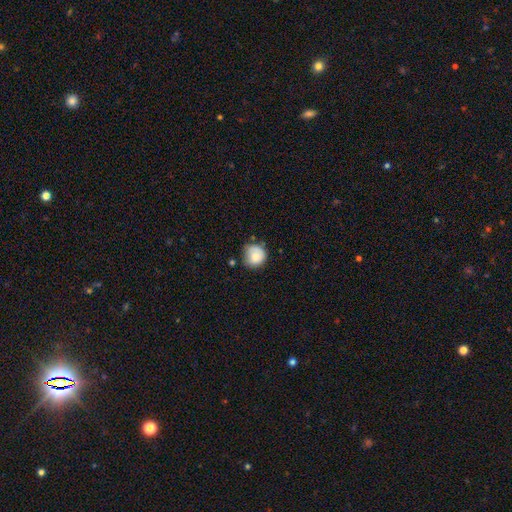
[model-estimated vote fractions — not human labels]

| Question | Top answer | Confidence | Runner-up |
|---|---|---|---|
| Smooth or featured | smooth | 77% | featured or disk (15%) |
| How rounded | round | 86% | in between (13%) |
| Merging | none | 55% | minor disturbance (32%) |